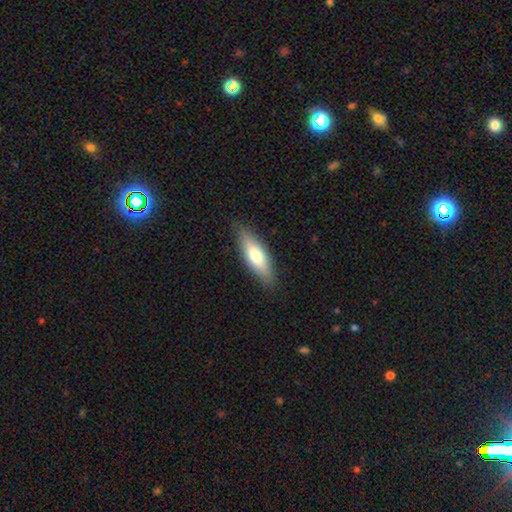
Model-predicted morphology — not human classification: This appears to be a smooth galaxy with no disk features (67%) that is in between round and cigar-shaped (55%). Merging: none (85%).